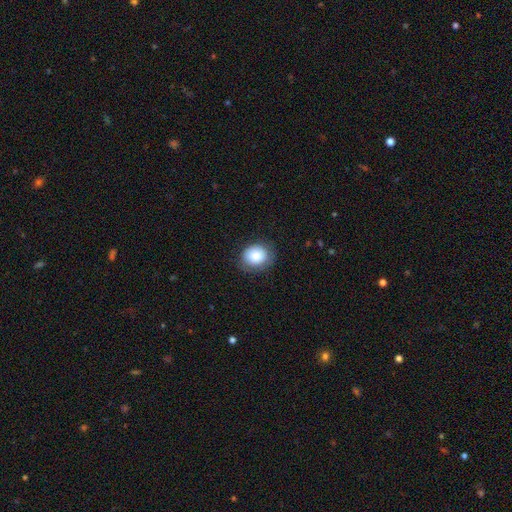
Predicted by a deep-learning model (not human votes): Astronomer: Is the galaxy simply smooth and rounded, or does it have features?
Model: smooth — 85%.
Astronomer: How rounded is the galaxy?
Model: round — 66%.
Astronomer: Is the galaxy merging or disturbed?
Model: none — 80%.